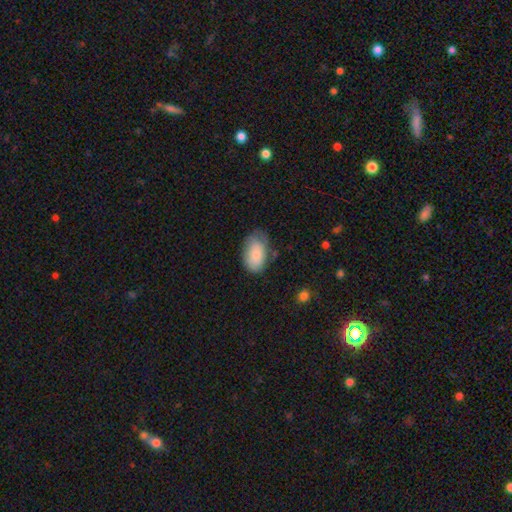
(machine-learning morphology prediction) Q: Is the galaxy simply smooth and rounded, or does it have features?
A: smooth — 79%.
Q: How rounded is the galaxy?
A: in between — 92%.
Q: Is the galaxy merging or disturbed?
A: none — 56%.